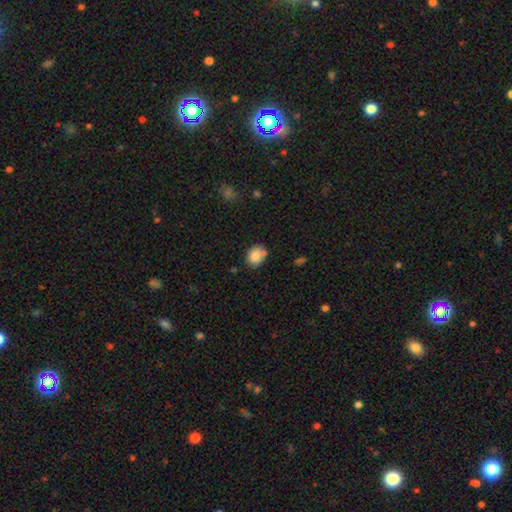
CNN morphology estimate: Q: Smooth or featured?
A: smooth (83%); runner-up: featured or disk (9%)
Q: How rounded?
A: round (51%); runner-up: in between (48%)
Q: Merging?
A: none (67%); runner-up: minor disturbance (19%)